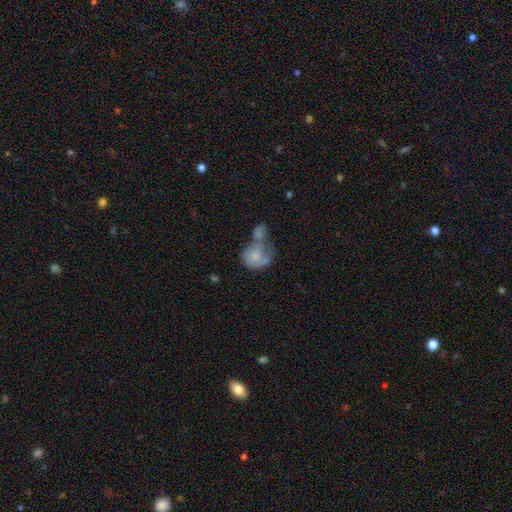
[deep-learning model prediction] The model was most divided on "how rounded": round: 52%, in between: 46%, cigar-shaped: 1%. More confident: smooth or featured — smooth (64%); merging — merger (58%).